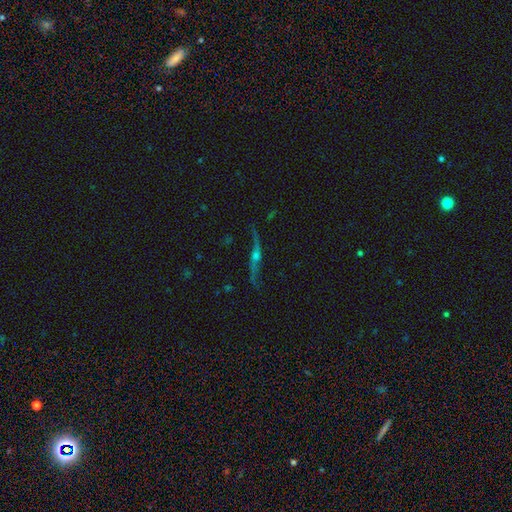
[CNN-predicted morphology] Overall: featured or disk (79%). Edge-on disk: yes (63%; no 37%). Merging: none (69%).